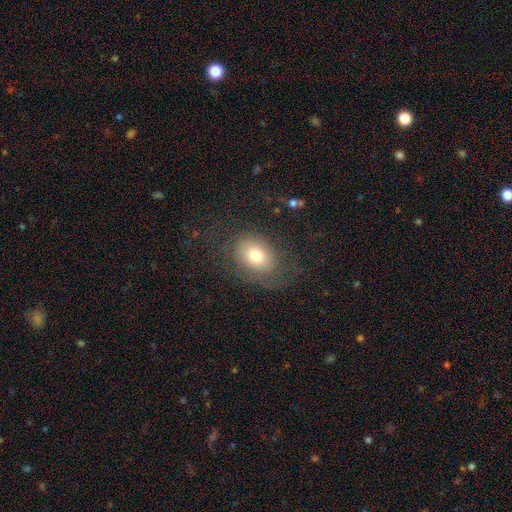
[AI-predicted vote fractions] Morphology: type=smooth (67%); roundness=in between (69%); merging=none (65%).